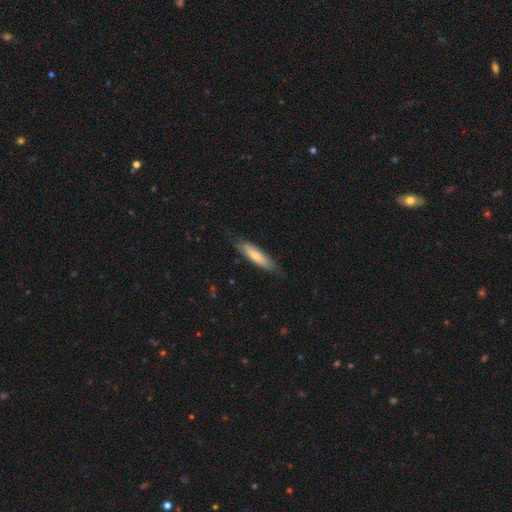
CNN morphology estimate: smooth_or_featured: smooth (p=0.65) [alt: featured or disk p=0.29]
how_rounded: cigar-shaped (p=0.69) [alt: in between p=0.30]
merging: none (p=0.73) [alt: minor disturbance p=0.21]